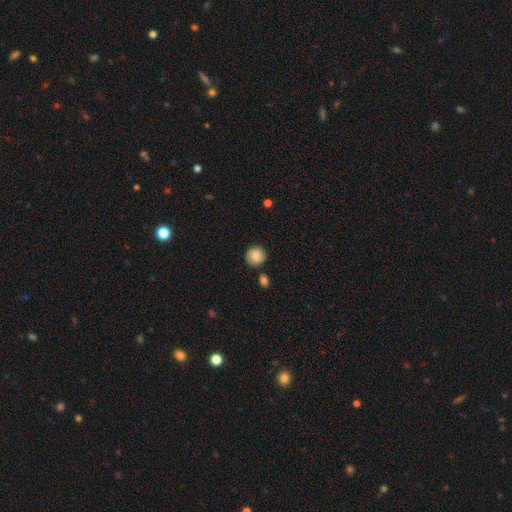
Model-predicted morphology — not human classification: Smooth or featured: smooth — 84% (star or artifact — 8%)
How rounded: round — 90% (in between — 9%)
Merging: none — 80% (minor disturbance — 12%)